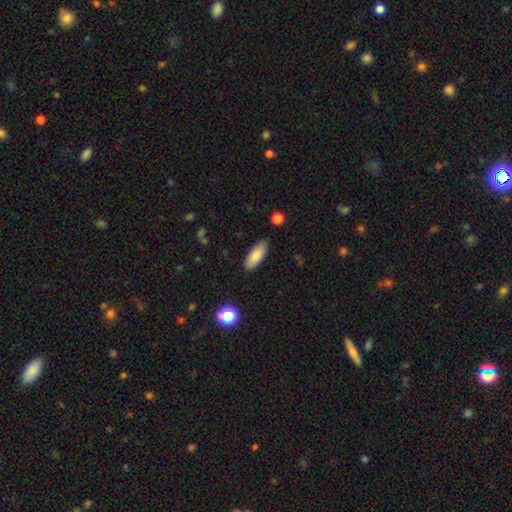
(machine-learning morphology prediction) smooth 84%, featured or disk 9%, star or artifact 7%. Down the decision tree: how rounded — in between (80%); merging — none (88%).